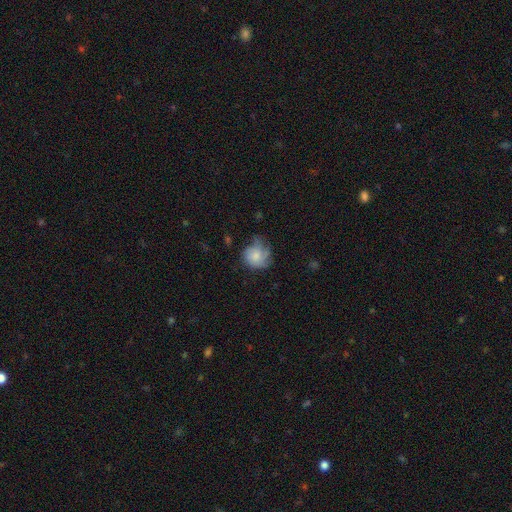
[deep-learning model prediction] smooth 64%, featured or disk 27%, star or artifact 9%. Down the decision tree: how rounded — round (77%); merging — none (48%).